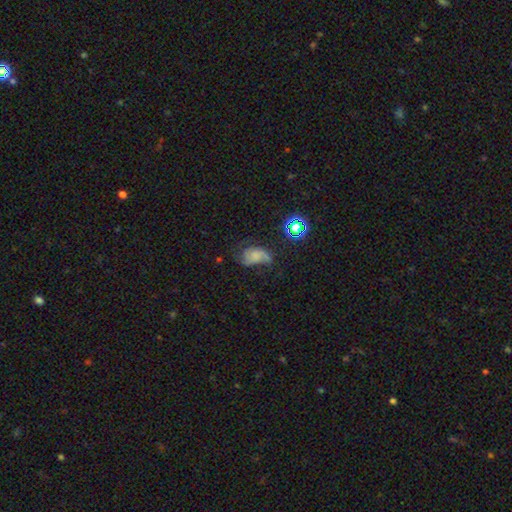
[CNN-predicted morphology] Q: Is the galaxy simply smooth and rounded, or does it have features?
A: featured or disk — 43%.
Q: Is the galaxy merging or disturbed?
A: none — 35%.